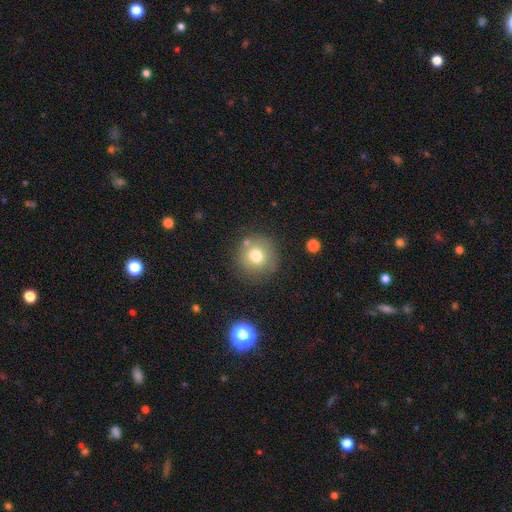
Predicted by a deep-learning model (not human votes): Morphology: type=smooth (74%); roundness=round (93%); merging=none (79%).